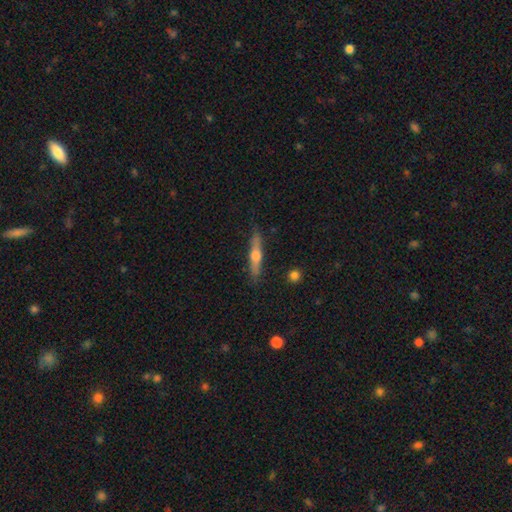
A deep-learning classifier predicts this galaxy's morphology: A featured or disk galaxy (52%) viewed edge-on (95%). Merging: none (85%).